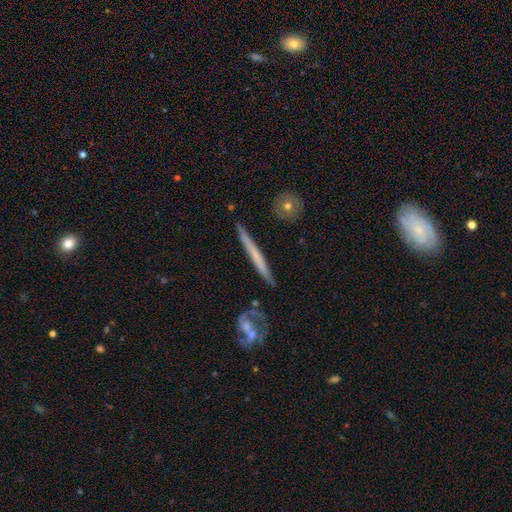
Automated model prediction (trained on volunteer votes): featured or disk 56%, smooth 38%, star or artifact 6%. Down the decision tree: edge-on disk — yes (93%); edge-on bulge — none (83%); merging — none (85%).